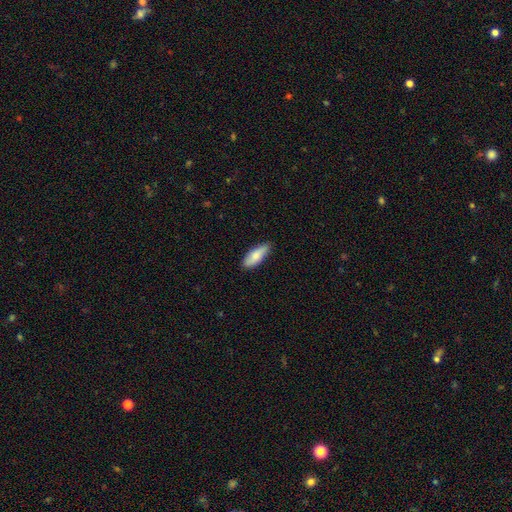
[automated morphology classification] Q: Smooth or featured?
A: smooth (79%); runner-up: featured or disk (16%)
Q: How rounded?
A: in between (66%); runner-up: cigar-shaped (32%)
Q: Merging?
A: none (83%); runner-up: minor disturbance (14%)